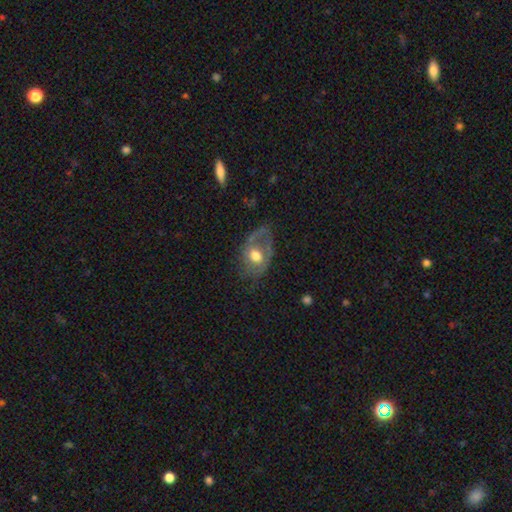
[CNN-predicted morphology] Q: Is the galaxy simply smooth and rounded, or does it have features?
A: featured or disk — 50%.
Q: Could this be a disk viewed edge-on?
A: no — 94%.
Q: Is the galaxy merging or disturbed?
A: none — 42%.